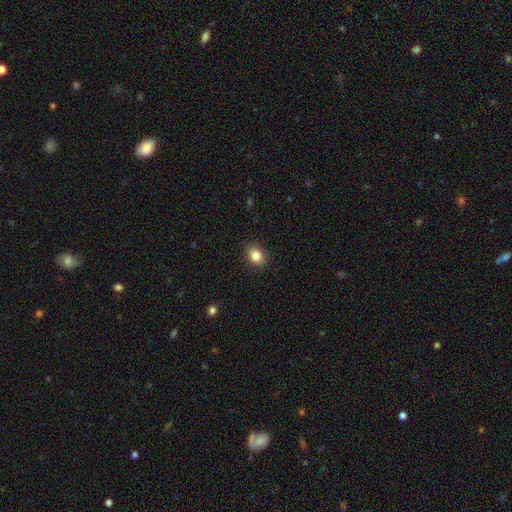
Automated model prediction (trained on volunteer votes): smooth_or_featured: smooth (p=0.83) [alt: star or artifact p=0.10]
how_rounded: in between (p=0.52) [alt: round p=0.47]
merging: none (p=0.90) [alt: minor disturbance p=0.07]